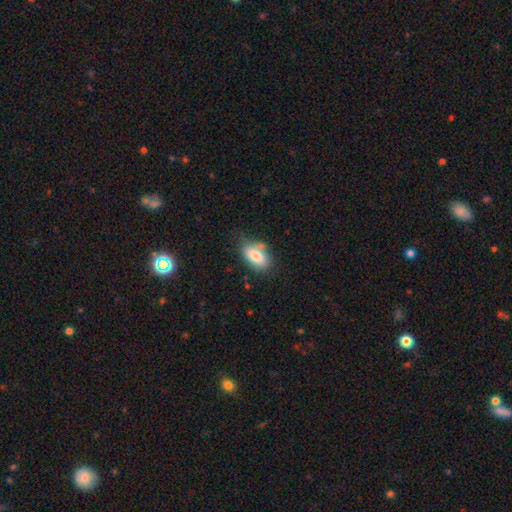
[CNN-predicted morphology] smooth 79%, featured or disk 14%, star or artifact 7%. Down the decision tree: how rounded — in between (90%); merging — none (64%).